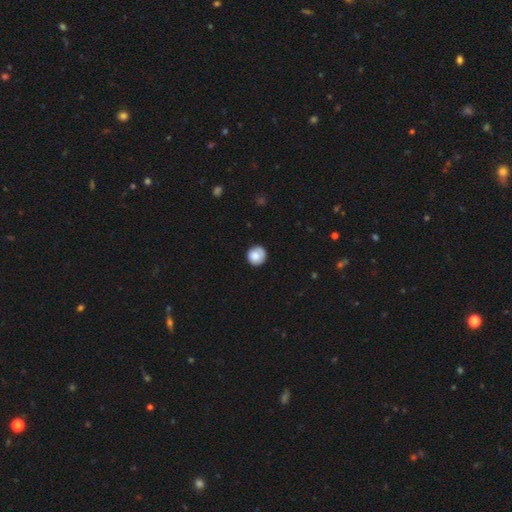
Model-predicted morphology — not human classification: Q: Smooth or featured?
A: smooth (83%); runner-up: featured or disk (9%)
Q: How rounded?
A: round (93%); runner-up: in between (6%)
Q: Merging?
A: none (83%); runner-up: minor disturbance (13%)